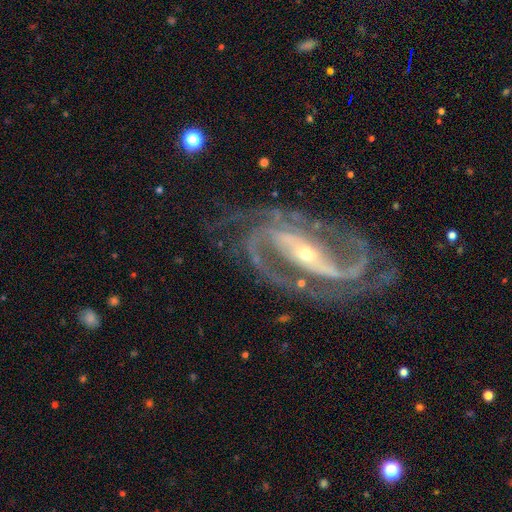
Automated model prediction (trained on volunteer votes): A featured or disk galaxy (93%) with a strong bar (59%), 2 (79%) medium (57%) spiral arms (98%) and a small central bulge (69%). Merging: none (70%).